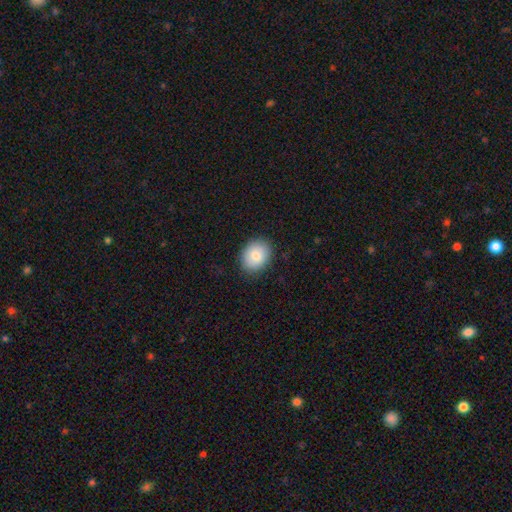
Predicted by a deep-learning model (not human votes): smooth 81%, featured or disk 11%, star or artifact 8%. Down the decision tree: how rounded — round (52%); merging — none (87%).